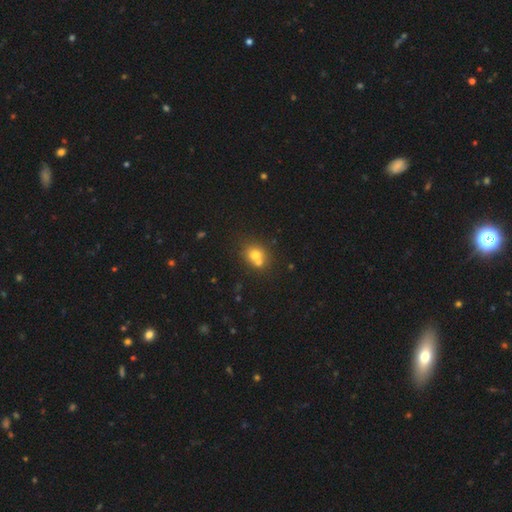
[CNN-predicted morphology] This appears to be a smooth galaxy with no disk features (70%) that is round (75%). Merging: none (44%, tied with merger).